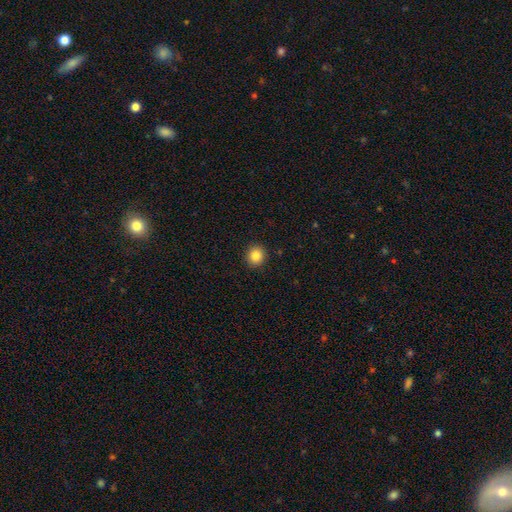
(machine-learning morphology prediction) smooth 84%, star or artifact 10%, featured or disk 6%. Down the decision tree: how rounded — round (85%); merging — none (92%).